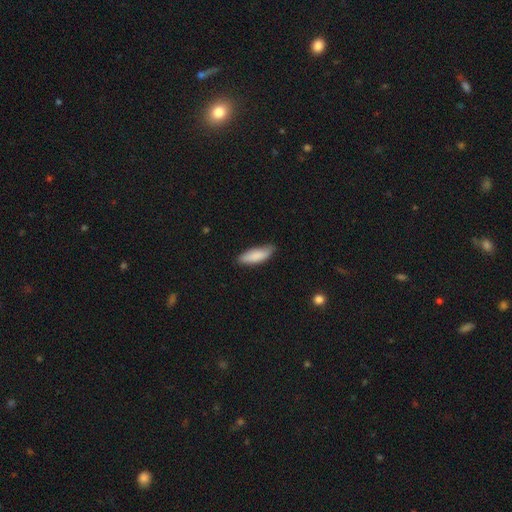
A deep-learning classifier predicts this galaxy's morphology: smooth-or-featured: smooth: 86% | featured or disk: 9% | star or artifact: 6%
  how-rounded: in between: 63% | cigar-shaped: 36% | round: 2%
  merging: none: 74% | minor disturbance: 22% | major disturbance: 3% | merger: 1%